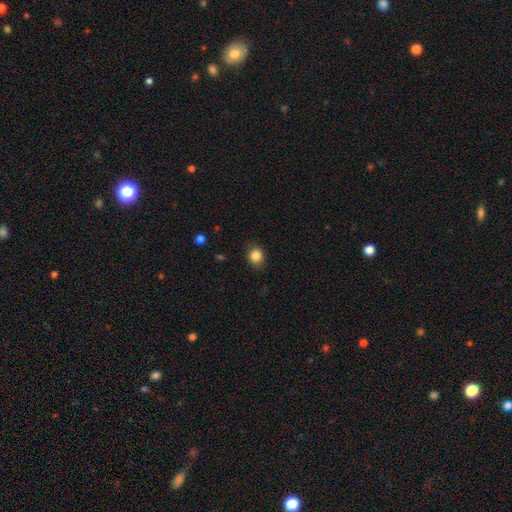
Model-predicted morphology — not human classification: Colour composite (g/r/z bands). It shows a smooth galaxy with no disk features (84%) that is round (72%). Merging: none (86%).